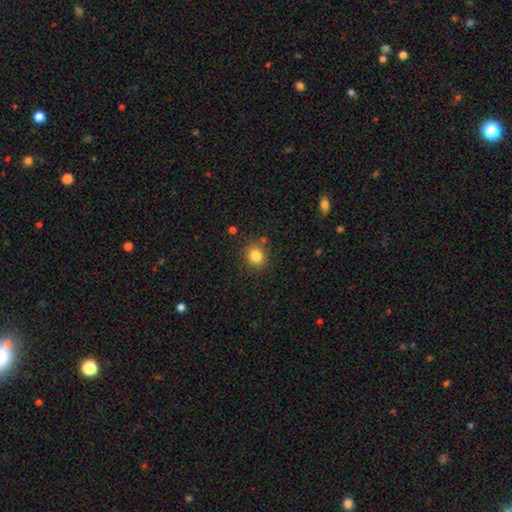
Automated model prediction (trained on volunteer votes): A smooth galaxy with no disk features (82%) that is round (82%). Merging: none (82%).